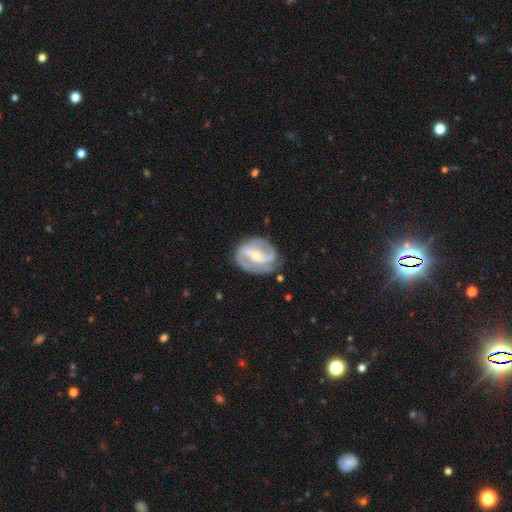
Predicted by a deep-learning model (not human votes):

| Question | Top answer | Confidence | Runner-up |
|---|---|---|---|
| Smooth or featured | featured or disk | 87% | smooth (8%) |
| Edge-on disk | no | 97% | yes (3%) |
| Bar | strong | 50% | weak (33%) |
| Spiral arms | yes | 94% | no (6%) |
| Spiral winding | medium | 48% | tight (30%) |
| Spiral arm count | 2 | 81% | 3 (7%) |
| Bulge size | small | 54% | moderate (42%) |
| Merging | none | 73% | minor disturbance (18%) |